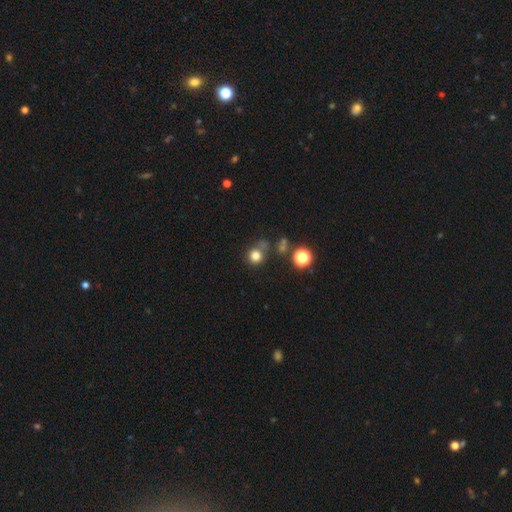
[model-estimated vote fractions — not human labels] This appears to be a smooth galaxy with no disk features (78%) that is round (88%). Merging: none (62%).